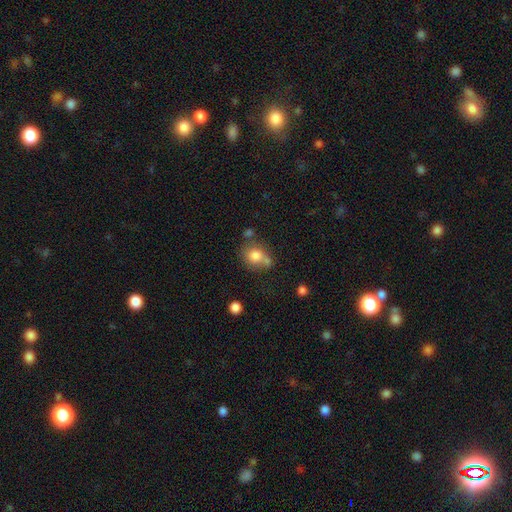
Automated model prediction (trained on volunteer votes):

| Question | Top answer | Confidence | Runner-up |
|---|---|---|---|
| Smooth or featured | smooth | 79% | featured or disk (11%) |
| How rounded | round | 72% | in between (27%) |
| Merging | none | 51% | merger (26%) |